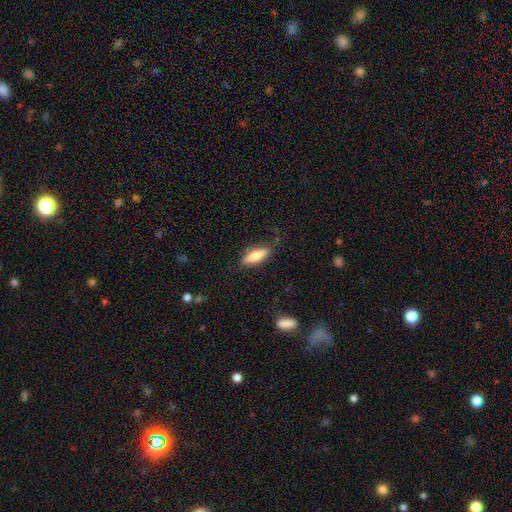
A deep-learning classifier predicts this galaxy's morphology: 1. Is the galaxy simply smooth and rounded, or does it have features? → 67% smooth, 27% featured or disk, 6% star or artifact.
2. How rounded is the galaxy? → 52% in between, 46% cigar-shaped, 2% round.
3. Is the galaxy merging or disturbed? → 81% none, 14% minor disturbance, 3% major disturbance, 2% merger.